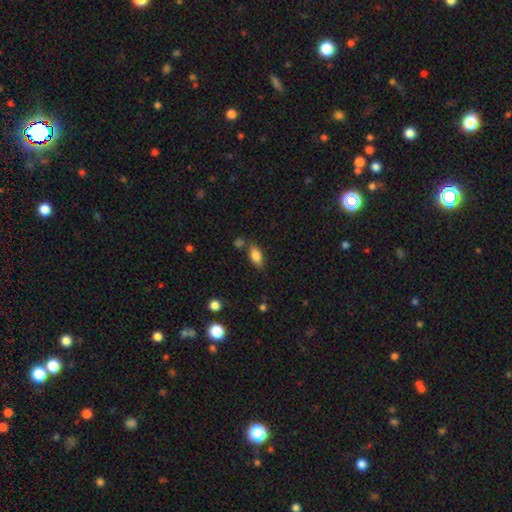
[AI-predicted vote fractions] A smooth galaxy with no disk features (80%) that is in between round and cigar-shaped (86%). Merging: none (72%).